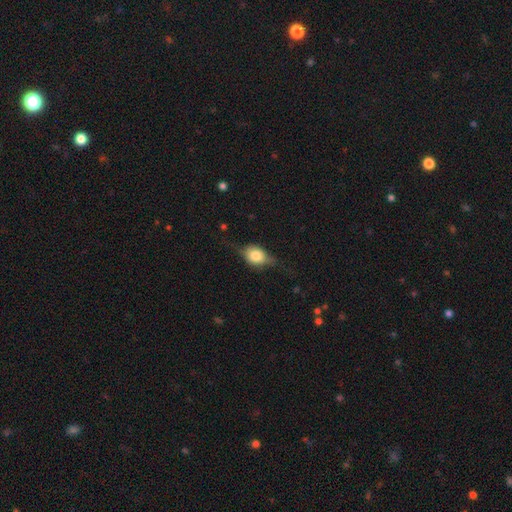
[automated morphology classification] This appears to be a smooth galaxy with no disk features (51%) that is in between round and cigar-shaped (53%). Merging: none (60%).